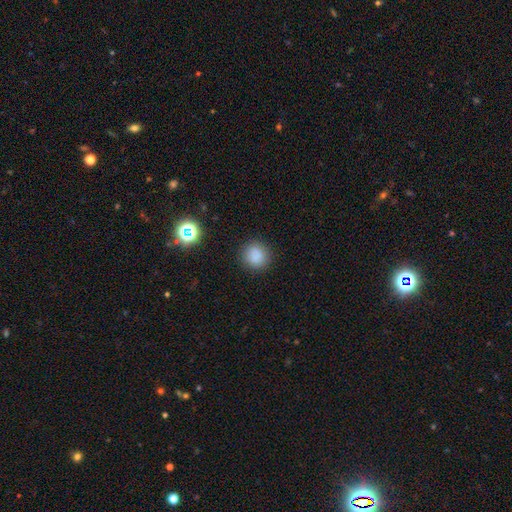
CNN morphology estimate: Q: Smooth or featured?
A: smooth (84%); runner-up: star or artifact (11%)
Q: How rounded?
A: round (87%); runner-up: in between (12%)
Q: Merging?
A: none (87%); runner-up: minor disturbance (9%)